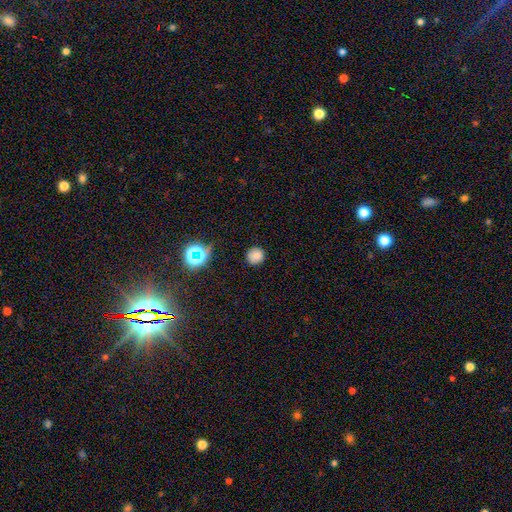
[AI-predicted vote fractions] Smooth or featured? smooth (78%)
How rounded? round (89%)
Merging? none (87%)